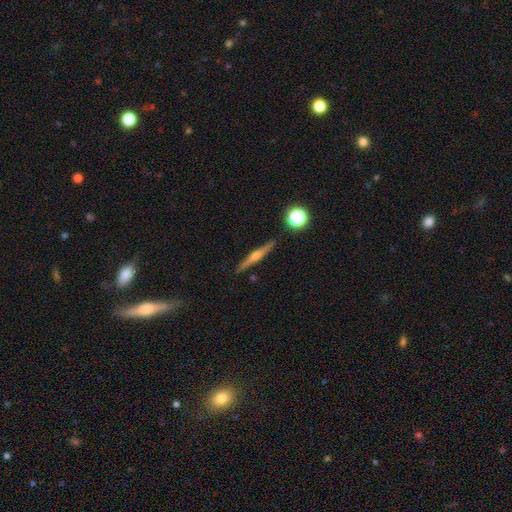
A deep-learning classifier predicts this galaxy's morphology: Q: Smooth or featured?
A: featured or disk (73%); runner-up: smooth (20%)
Q: Edge-on disk?
A: yes (98%); runner-up: no (2%)
Q: Edge-on bulge?
A: rounded (87%); runner-up: none (7%)
Q: Merging?
A: none (90%); runner-up: minor disturbance (6%)